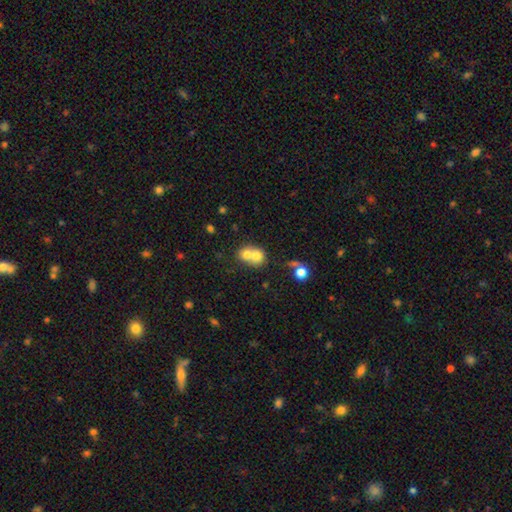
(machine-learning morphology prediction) type=smooth (70%); roundness=round (71%); merging=merger (70%).